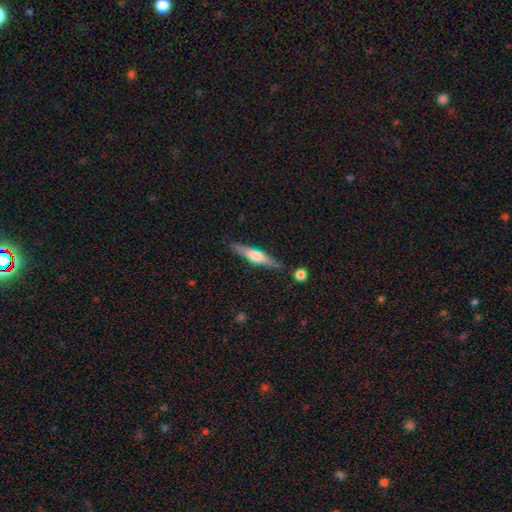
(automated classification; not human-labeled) Smooth or featured: featured or disk — 57% (smooth — 37%)
Edge-on disk: yes — 95% (no — 5%)
Edge-on bulge: rounded — 82% (boxy — 12%)
Merging: none — 84% (minor disturbance — 11%)